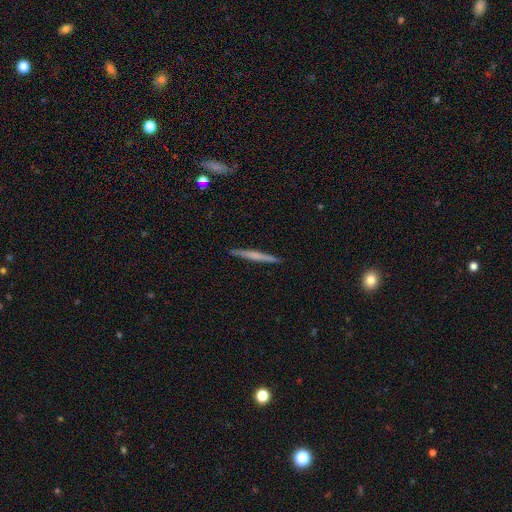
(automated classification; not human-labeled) Smooth or featured?
  - featured or disk: 47% * (tied)
  - smooth: 47% * (tied)
  - star or artifact: 6%
Merging?
  - none: 90% *
  - minor disturbance: 7%
  - major disturbance: 1%
  - merger: 1%